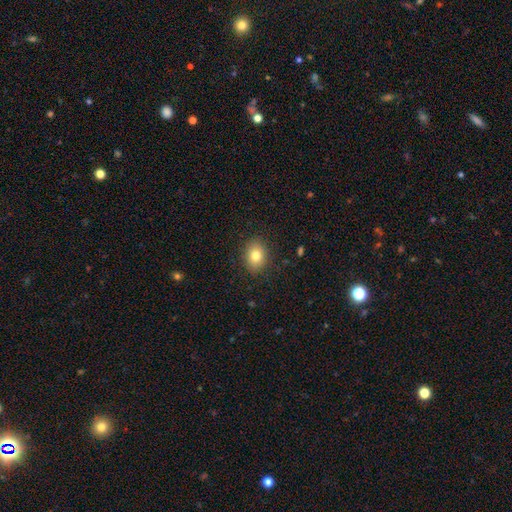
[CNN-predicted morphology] This is clearly a smooth galaxy (81%). How rounded: possibly in between (58%). Merging: clearly none (88%).